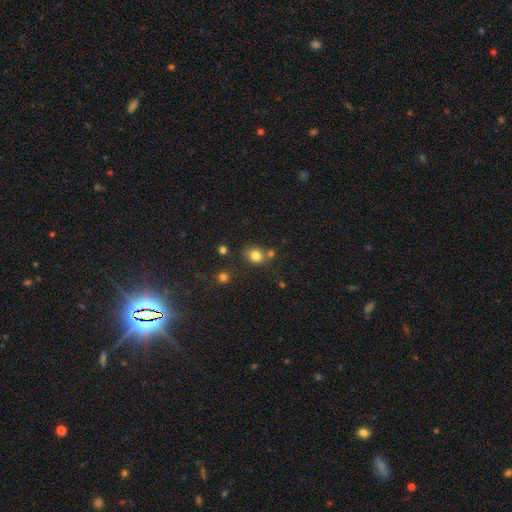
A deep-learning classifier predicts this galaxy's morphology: This is likely a smooth galaxy (80%). How rounded: likely round (62%). Merging: likely none (65%).